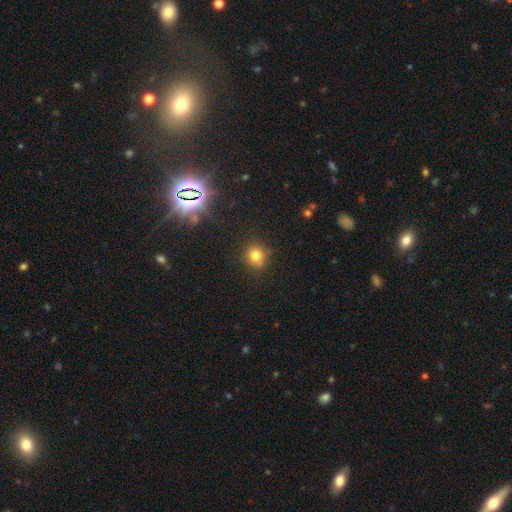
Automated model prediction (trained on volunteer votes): smooth 77%, star or artifact 16%, featured or disk 7%. Down the decision tree: how rounded — round (87%); merging — none (82%).